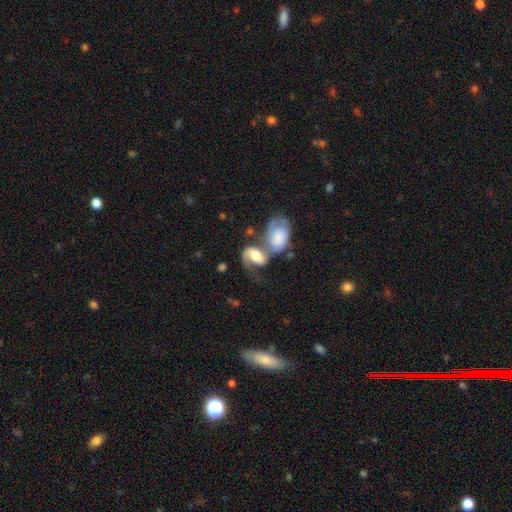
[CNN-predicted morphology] Overall: featured or disk (59%; smooth 34%). Edge-on disk: no (96%). Bar: no (48%; weak 35%). Spiral arms: yes (87%). Bulge size: moderate (41%; large 33%). Merging: merger (58%; none 18%).